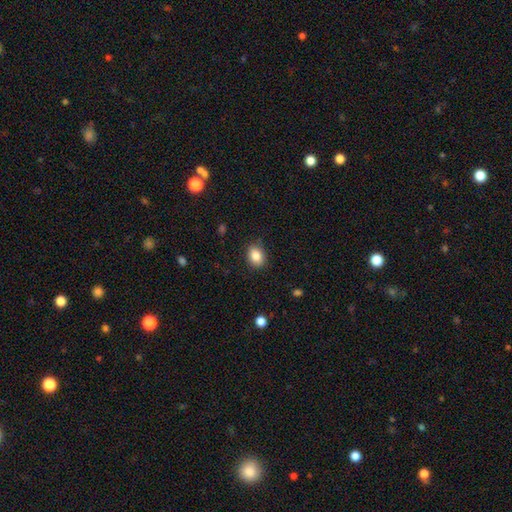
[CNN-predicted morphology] The model was most divided on "how rounded": in between: 66%, round: 33%, cigar-shaped: 1%. More confident: merging — none (86%); smooth or featured — smooth (85%).